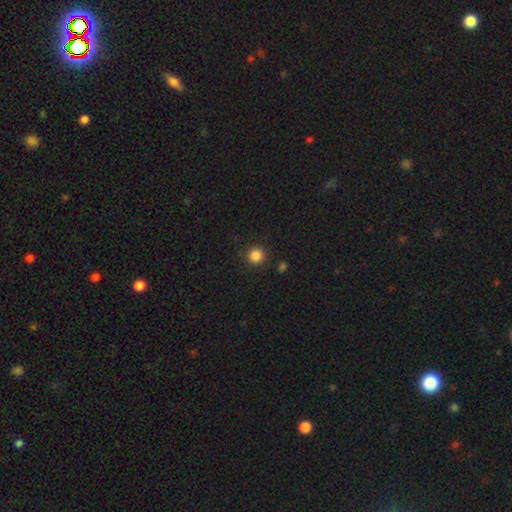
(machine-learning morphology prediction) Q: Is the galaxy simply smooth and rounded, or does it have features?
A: smooth — 85%.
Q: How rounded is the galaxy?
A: round — 94%.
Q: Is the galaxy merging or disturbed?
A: none — 89%.